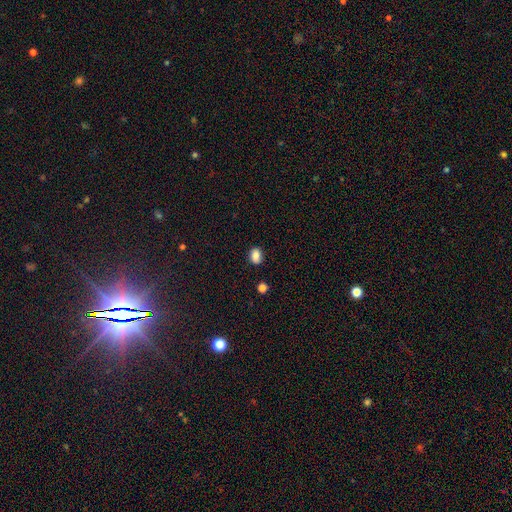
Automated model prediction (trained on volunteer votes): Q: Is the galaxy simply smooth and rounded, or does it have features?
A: smooth — 83%.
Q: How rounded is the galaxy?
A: in between — 59%.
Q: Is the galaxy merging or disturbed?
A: none — 84%.